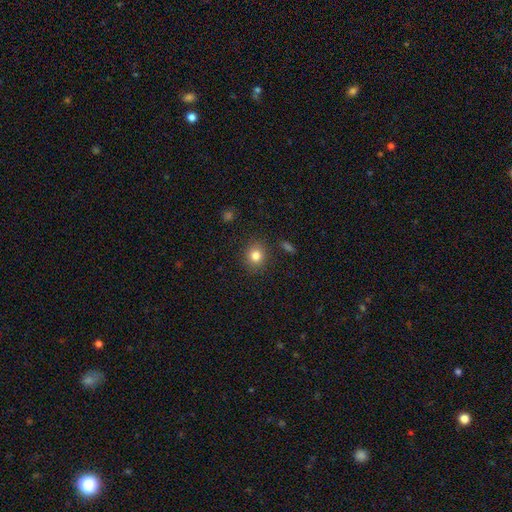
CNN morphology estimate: Smooth or featured? Predicted: smooth (p=0.82). How rounded? Predicted: round (p=0.79). Merging? Predicted: none (p=0.88).